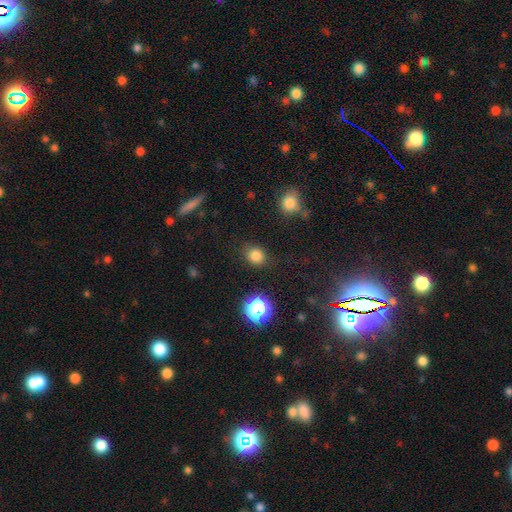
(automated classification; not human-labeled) Smooth or featured? smooth (80%)
How rounded? round (69%)
Merging? none (82%)